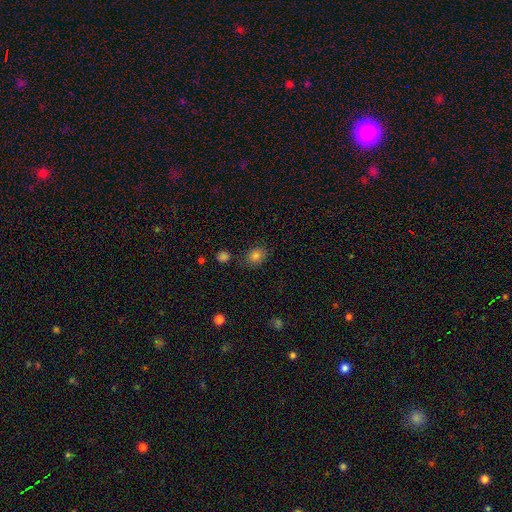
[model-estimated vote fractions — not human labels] smooth_or_featured: smooth (p=0.81) [alt: star or artifact p=0.13]
how_rounded: round (p=0.58) [alt: in between p=0.41]
merging: none (p=0.77) [alt: minor disturbance p=0.14]